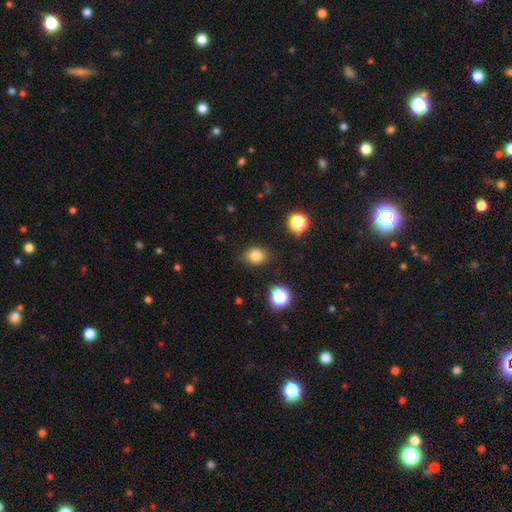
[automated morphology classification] A smooth galaxy with no disk features (82%) that is in between round and cigar-shaped (52%). Merging: none (82%).